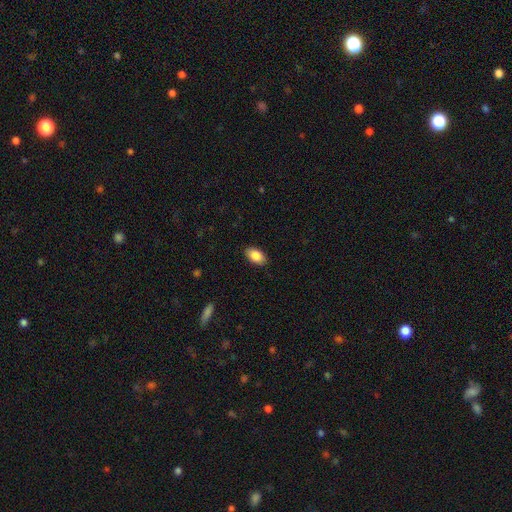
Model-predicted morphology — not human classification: Overall: smooth (87%). How rounded: in between (93%). Merging: none (88%).